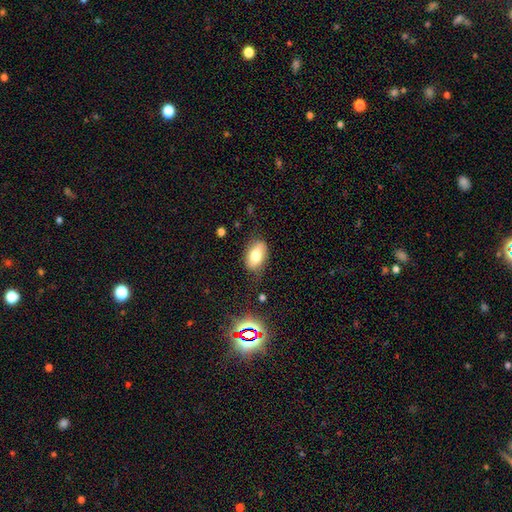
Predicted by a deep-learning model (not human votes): A smooth galaxy with no disk features (74%) that is in between round and cigar-shaped (90%). Merging: none (73%).